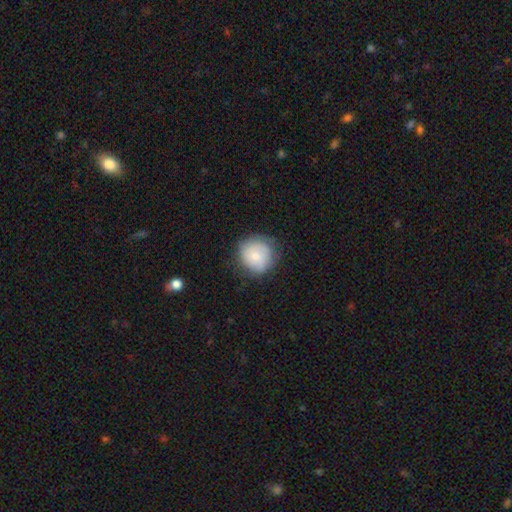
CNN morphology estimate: The model was most divided on "smooth or featured": smooth: 71%, featured or disk: 22%, star or artifact: 7%. More confident: how rounded — round (90%); merging — none (73%).